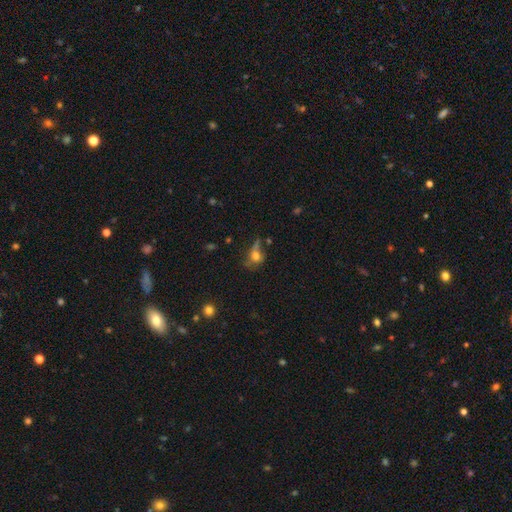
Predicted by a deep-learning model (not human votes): Smooth or featured?
  - smooth: 61% *
  - featured or disk: 22%
  - star or artifact: 17%
How rounded?
  - round: 52% *
  - in between: 43%
  - cigar-shaped: 5%
Merging?
  - none: 39% *
  - major disturbance: 24%
  - minor disturbance: 23%
  - merger: 14%